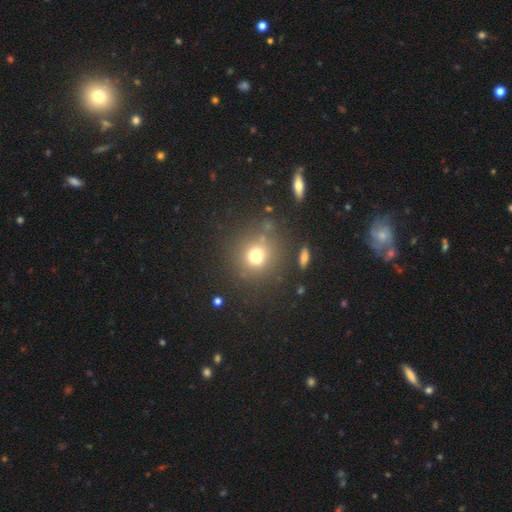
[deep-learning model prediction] Morphology: type=smooth (70%); roundness=round (85%); merging=none (76%).